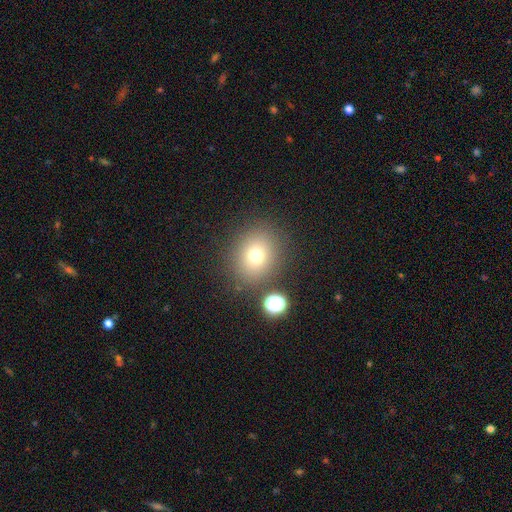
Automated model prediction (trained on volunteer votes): Smooth or featured: smooth — 74% (star or artifact — 16%)
How rounded: round — 72% (in between — 27%)
Merging: none — 83% (minor disturbance — 9%)